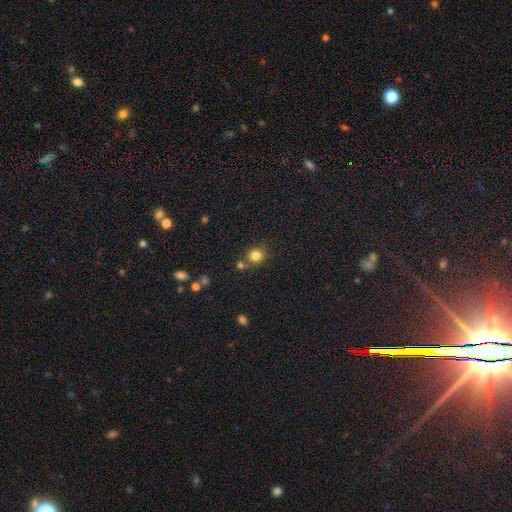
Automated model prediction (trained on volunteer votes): A smooth galaxy with no disk features (81%) that is round (82%). Merging: none (66%).